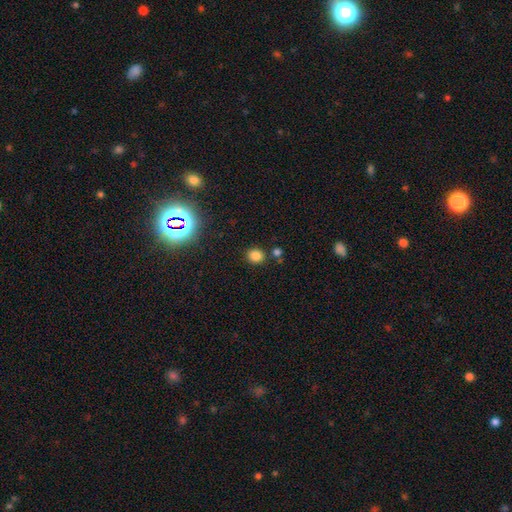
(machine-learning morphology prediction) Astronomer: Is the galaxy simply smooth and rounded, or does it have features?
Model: smooth — 80%.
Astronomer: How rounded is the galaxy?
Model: round — 70%.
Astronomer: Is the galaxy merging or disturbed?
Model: none — 81%.